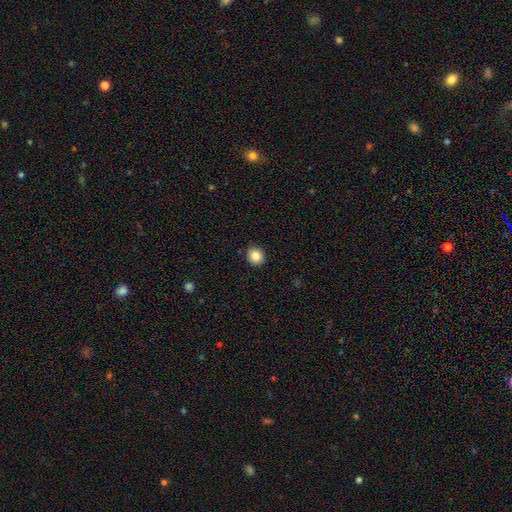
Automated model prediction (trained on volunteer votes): smooth_or_featured: smooth (p=0.85) [alt: star or artifact p=0.10]
how_rounded: round (p=0.90) [alt: in between p=0.09]
merging: none (p=0.93) [alt: minor disturbance p=0.05]